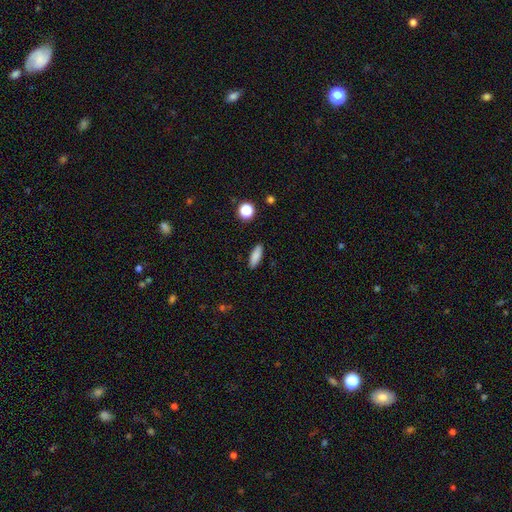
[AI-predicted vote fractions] smooth 85%, star or artifact 8%, featured or disk 6%. Down the decision tree: how rounded — in between (52%); merging — none (90%).